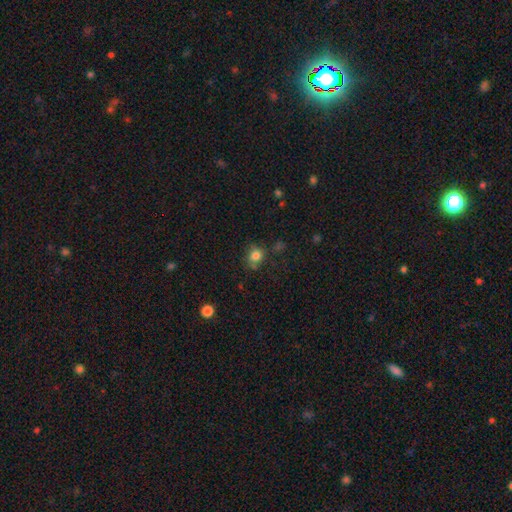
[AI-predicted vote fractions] Q: Smooth or featured?
A: smooth (78%); runner-up: star or artifact (13%)
Q: How rounded?
A: round (71%); runner-up: in between (28%)
Q: Merging?
A: none (64%); runner-up: minor disturbance (23%)